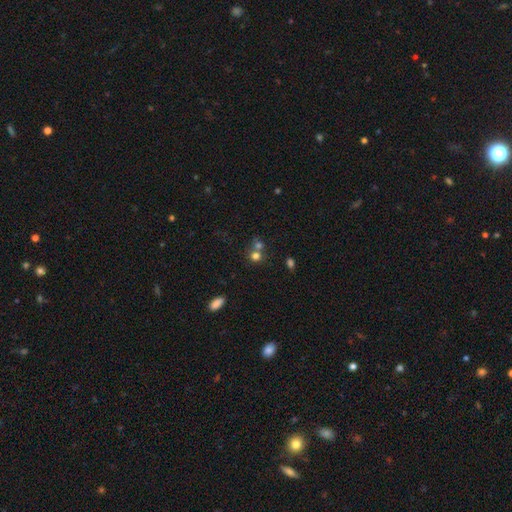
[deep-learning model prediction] A smooth galaxy with no disk features (71%) that is round (81%). Merging: none (46%).